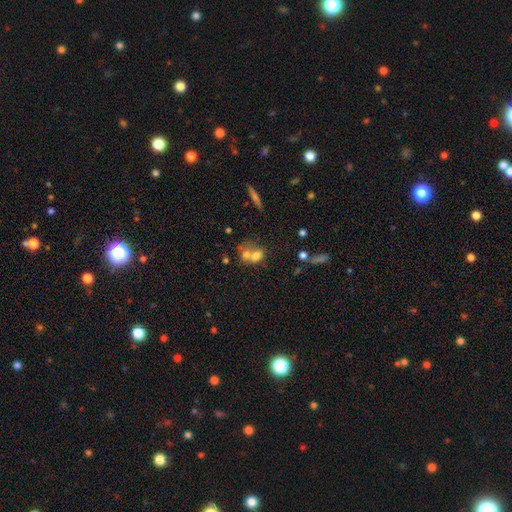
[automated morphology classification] Smooth or featured?
  - smooth: 65% *
  - featured or disk: 23%
  - star or artifact: 12%
How rounded?
  - in between: 56% *
  - round: 42%
  - cigar-shaped: 2%
Merging?
  - merger: 63% *
  - none: 22%
  - minor disturbance: 8%
  - major disturbance: 7%